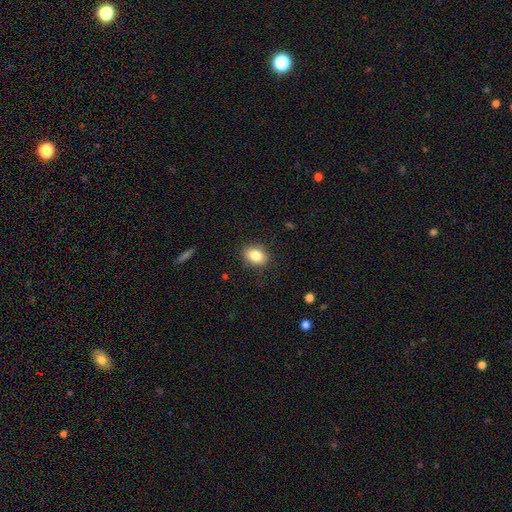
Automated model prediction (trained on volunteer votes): The model was most divided on "how rounded": in between: 72%, round: 27%, cigar-shaped: 1%. More confident: merging — none (84%); smooth or featured — smooth (84%).